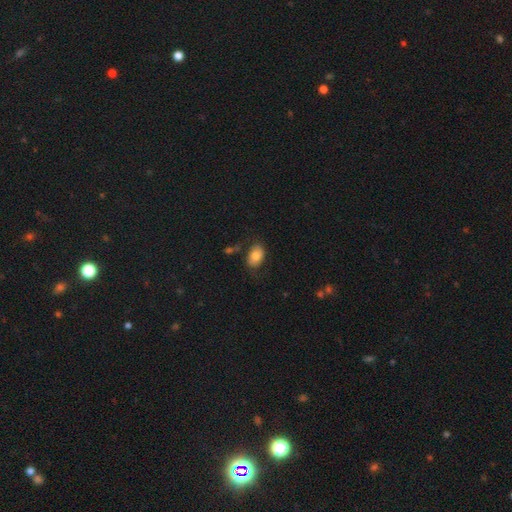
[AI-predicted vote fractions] Smooth or featured? smooth (79%)
How rounded? in between (87%)
Merging? none (75%)